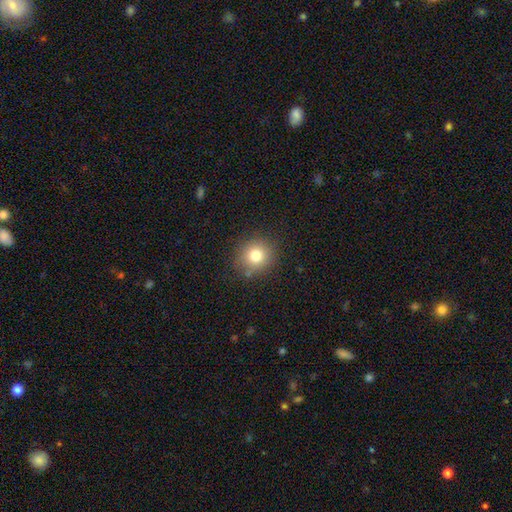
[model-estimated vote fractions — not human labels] smooth_or_featured: smooth (p=0.79) [alt: star or artifact p=0.12]
how_rounded: round (p=0.86) [alt: in between p=0.13]
merging: none (p=0.83) [alt: minor disturbance p=0.11]